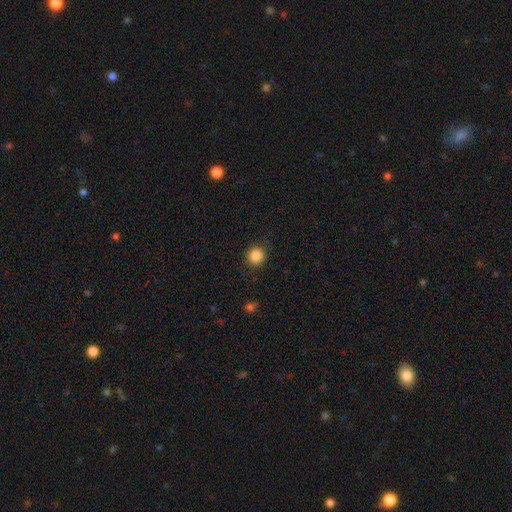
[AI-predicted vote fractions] Smooth or featured?
  - smooth: 87% *
  - star or artifact: 10%
  - featured or disk: 3%
How rounded?
  - round: 94% *
  - in between: 5%
  - cigar-shaped: 1%
Merging?
  - none: 90% *
  - minor disturbance: 7%
  - major disturbance: 2%
  - merger: 1%